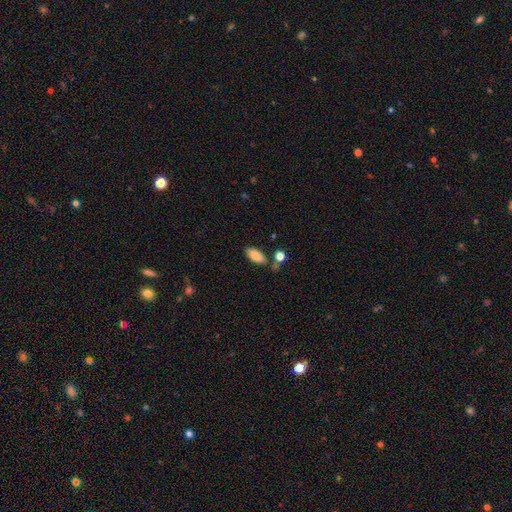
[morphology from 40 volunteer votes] Overall: smooth (72%). How rounded: in between (90%). Merging: none (77%).